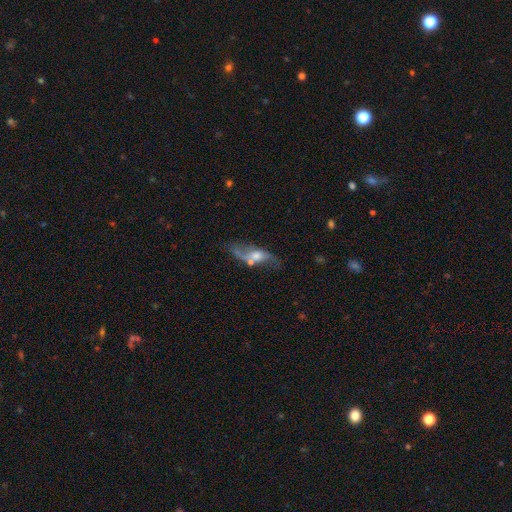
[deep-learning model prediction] This appears to be a featured or disk galaxy (69%) with no bar (60%), spiral arms (79%) and a moderate central bulge (55%). Merging: none (49%).